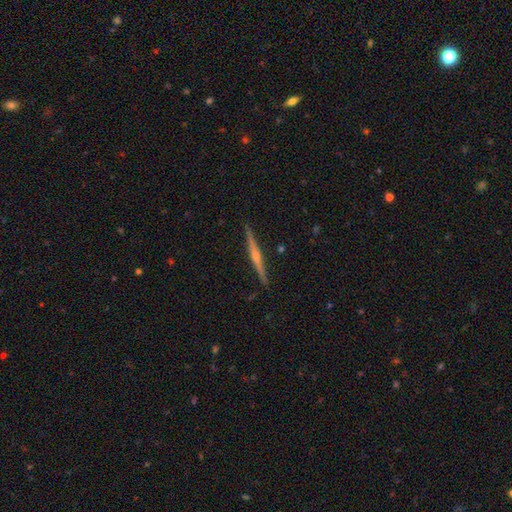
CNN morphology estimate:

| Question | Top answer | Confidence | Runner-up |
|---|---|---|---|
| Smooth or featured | featured or disk | 81% | smooth (14%) |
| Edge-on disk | yes | 99% | no (1%) |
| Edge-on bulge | rounded | 82% | none (11%) |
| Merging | none | 92% | minor disturbance (6%) |